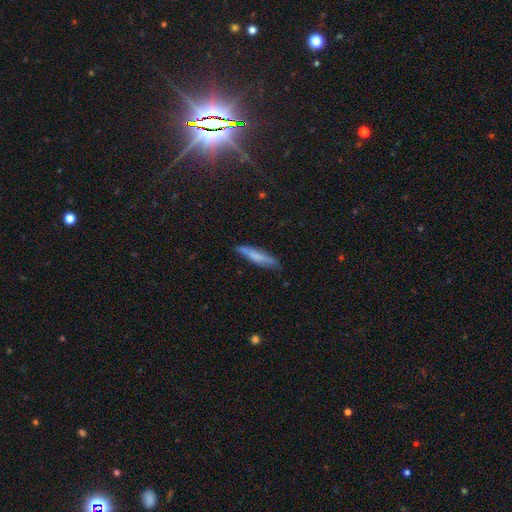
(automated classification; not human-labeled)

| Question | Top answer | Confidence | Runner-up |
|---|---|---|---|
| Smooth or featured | smooth | 61% | featured or disk (31%) |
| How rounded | cigar-shaped | 86% | in between (12%) |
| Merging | none | 75% | minor disturbance (18%) |